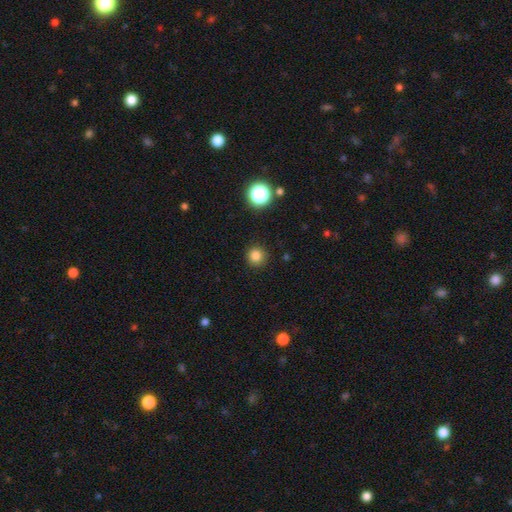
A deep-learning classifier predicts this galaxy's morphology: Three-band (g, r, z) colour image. It shows a smooth galaxy with no disk features (82%) that is round (94%). Merging: none (91%).